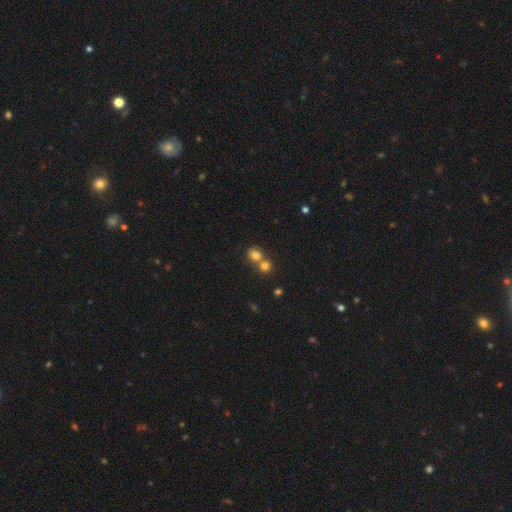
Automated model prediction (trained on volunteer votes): Smooth or featured? Predicted: smooth (p=0.78). How rounded? Predicted: round (p=0.70). Merging? Predicted: merger (p=0.50).